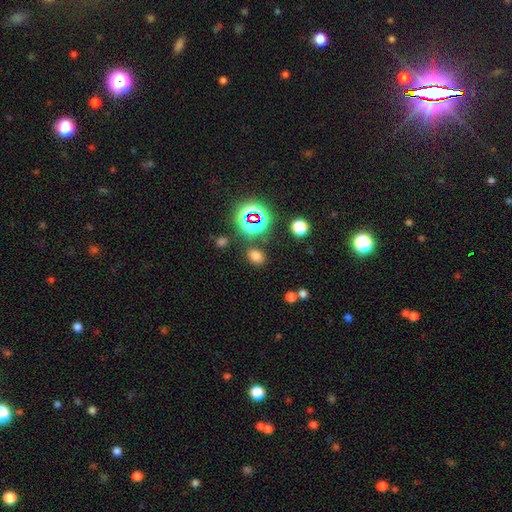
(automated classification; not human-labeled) A smooth galaxy with no disk features (68%) that is in between round and cigar-shaped (56%).

Vote fractions:
- Smooth or featured? smooth: 68% / star or artifact: 26% / featured or disk: 6%
- How rounded? in between: 56% / round: 42% / cigar-shaped: 1%
- Merging? none: 80% / minor disturbance: 10% / merger: 6% / major disturbance: 4%